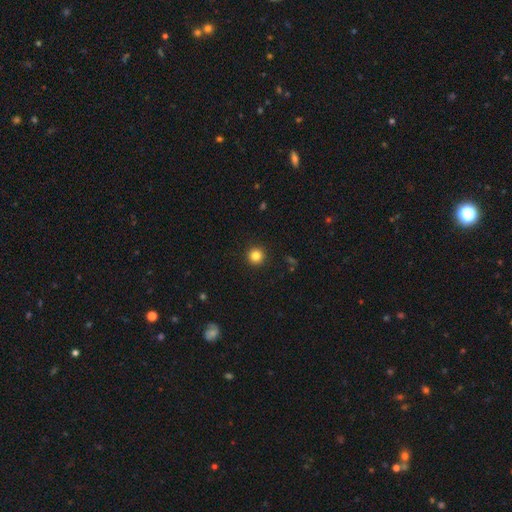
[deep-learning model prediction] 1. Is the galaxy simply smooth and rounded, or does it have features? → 83% smooth, 12% star or artifact, 5% featured or disk.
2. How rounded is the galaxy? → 96% round, 3% in between, 1% cigar-shaped.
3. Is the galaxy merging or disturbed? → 93% none, 4% minor disturbance, 2% major disturbance, 1% merger.